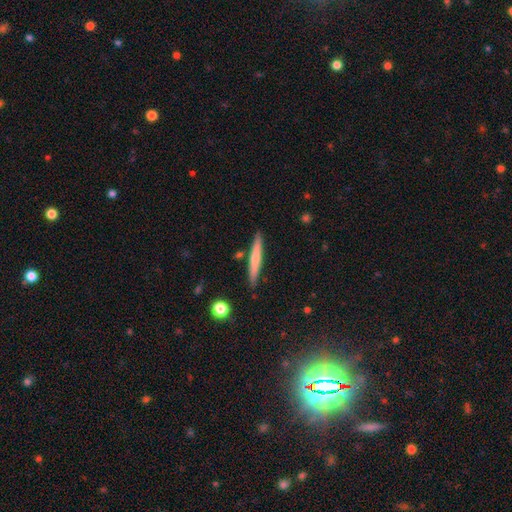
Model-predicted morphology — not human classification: A smooth galaxy with no disk features (51%) that is cigar-shaped (95%). Merging: none (89%).